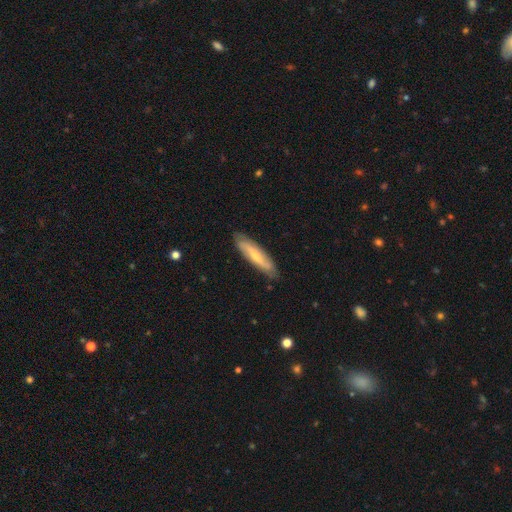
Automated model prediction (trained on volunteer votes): The model was most divided on "smooth or featured": featured or disk: 56%, smooth: 39%, star or artifact: 5%. More confident: merging — none (84%); edge-on disk — no (62%).